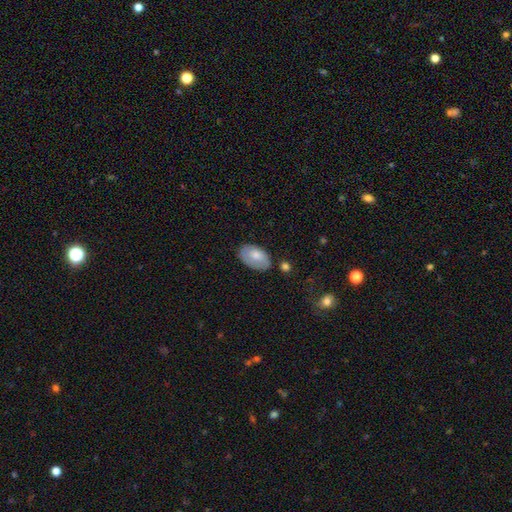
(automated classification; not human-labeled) Smooth or featured?
  - smooth: 74% *
  - featured or disk: 19%
  - star or artifact: 6%
How rounded?
  - in between: 93% *
  - round: 6%
  - cigar-shaped: 1%
Merging?
  - none: 69% *
  - minor disturbance: 23%
  - major disturbance: 5%
  - merger: 4%